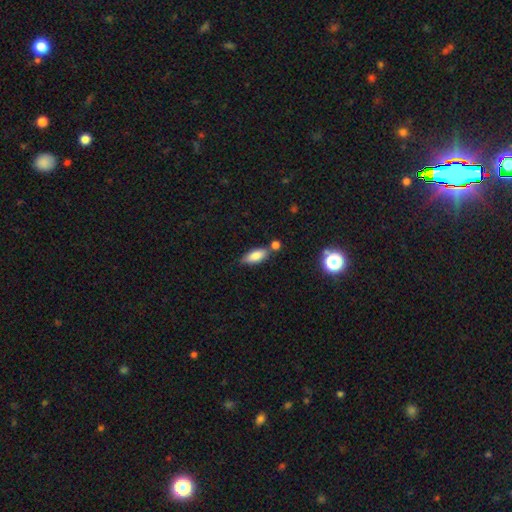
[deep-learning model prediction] A smooth galaxy with no disk features (81%) that is in between round and cigar-shaped (78%).

Vote fractions:
- Smooth or featured? smooth: 81% / featured or disk: 11% / star or artifact: 8%
- How rounded? in between: 78% / cigar-shaped: 19% / round: 3%
- Merging? none: 61% / merger: 20% / minor disturbance: 16% / major disturbance: 4%